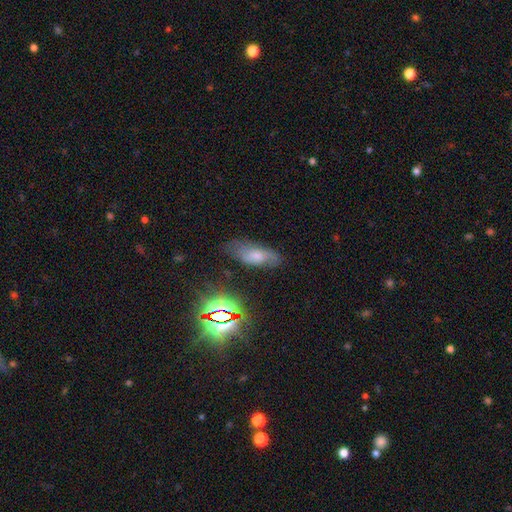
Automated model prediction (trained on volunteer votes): Smooth or featured? smooth (52%)
How rounded? in between (80%)
Merging? none (63%)